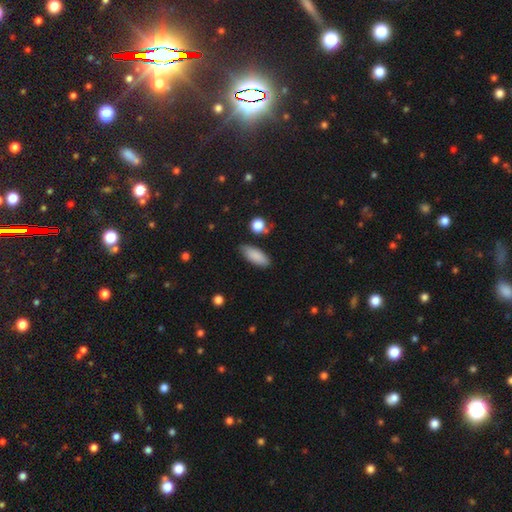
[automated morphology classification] Smooth or featured?
  - smooth: 87% *
  - star or artifact: 6%
  - featured or disk: 6%
How rounded?
  - in between: 77% *
  - cigar-shaped: 21%
  - round: 2%
Merging?
  - none: 80% *
  - minor disturbance: 14%
  - merger: 3%
  - major disturbance: 3%